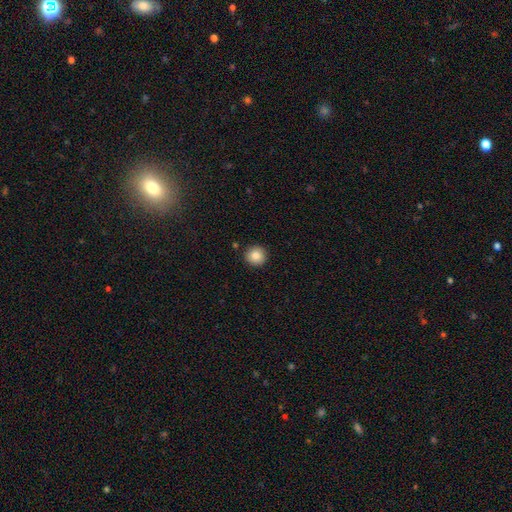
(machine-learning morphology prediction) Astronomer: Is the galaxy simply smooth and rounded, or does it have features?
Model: smooth — 86%.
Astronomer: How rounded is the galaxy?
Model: round — 94%.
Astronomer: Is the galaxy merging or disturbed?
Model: none — 92%.